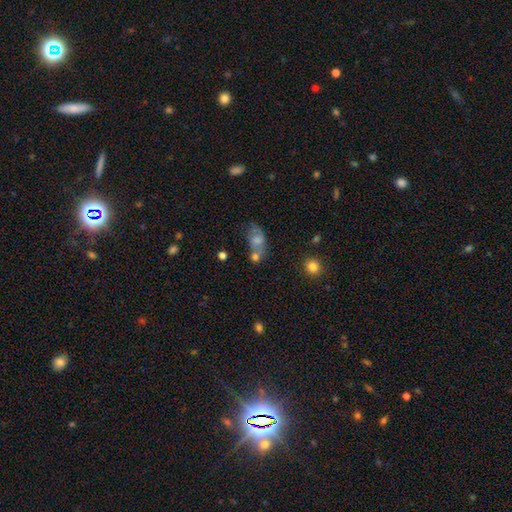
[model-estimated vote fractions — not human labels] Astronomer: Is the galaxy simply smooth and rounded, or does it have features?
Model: smooth — 53% (runner-up: featured or disk, 31%).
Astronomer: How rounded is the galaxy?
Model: in between — 77%.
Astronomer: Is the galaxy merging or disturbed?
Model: merger — 37% (runner-up: none, 34%).